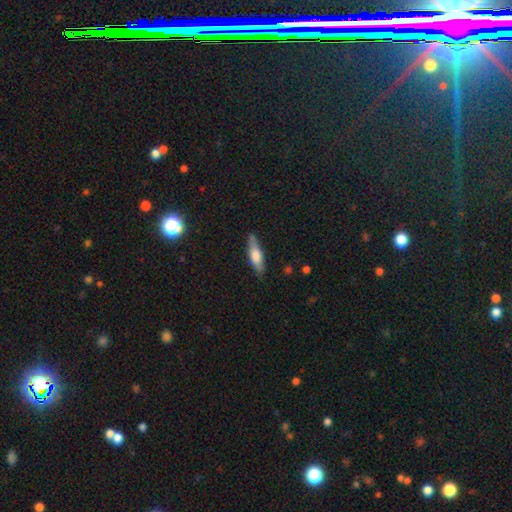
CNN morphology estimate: A smooth galaxy with no disk features (59%) that is cigar-shaped (62%).

Vote fractions:
- Smooth or featured? smooth: 59% / featured or disk: 35% / star or artifact: 6%
- How rounded? cigar-shaped: 62% / in between: 36% / round: 2%
- Merging? none: 81% / minor disturbance: 15% / major disturbance: 3% / merger: 1%